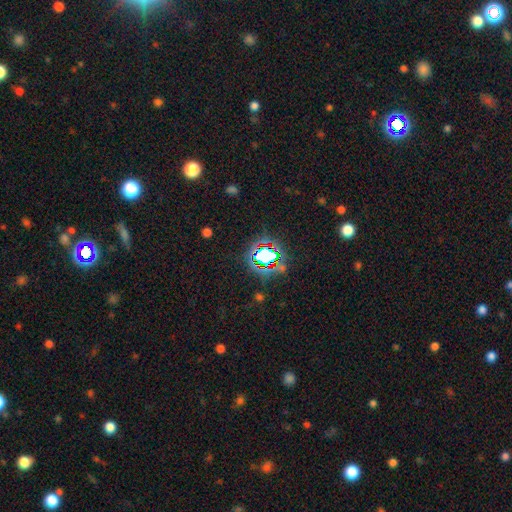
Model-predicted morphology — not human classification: Smooth or featured? star or artifact (71%)